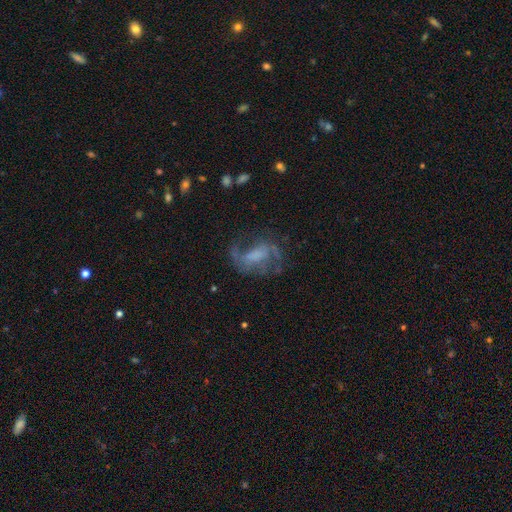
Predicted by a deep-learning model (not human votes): A featured or disk galaxy (74%) with a weak bar (44%), 2 (71%) loose (47%) spiral arms (85%) and no central bulge (44%). Merging: none (54%).